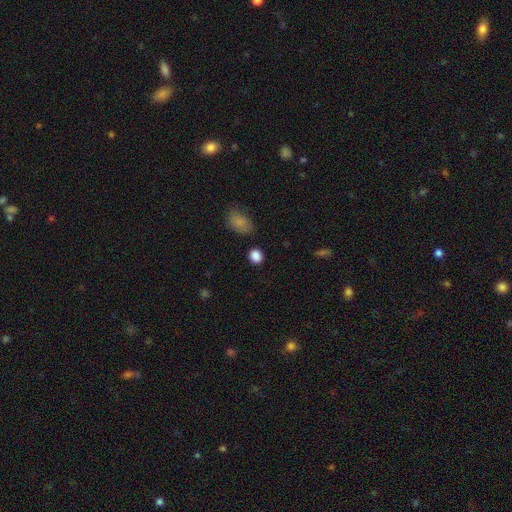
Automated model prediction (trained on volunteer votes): Smooth or featured: smooth — 87% (star or artifact — 10%)
How rounded: round — 66% (in between — 33%)
Merging: none — 83% (minor disturbance — 11%)